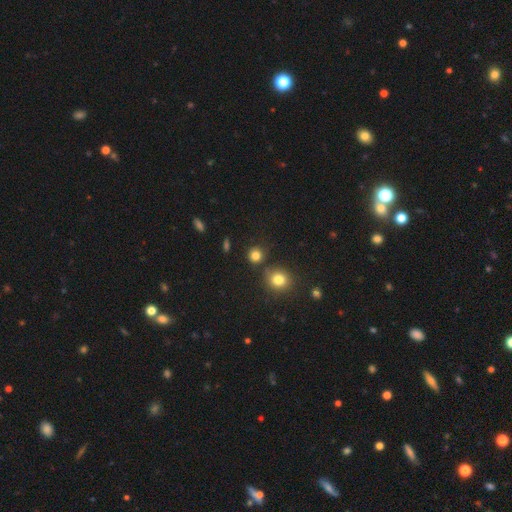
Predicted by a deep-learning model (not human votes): smooth-or-featured: smooth: 81% | star or artifact: 14% | featured or disk: 5%
  how-rounded: round: 90% | in between: 9% | cigar-shaped: 1%
  merging: none: 81% | minor disturbance: 9% | merger: 8% | major disturbance: 3%